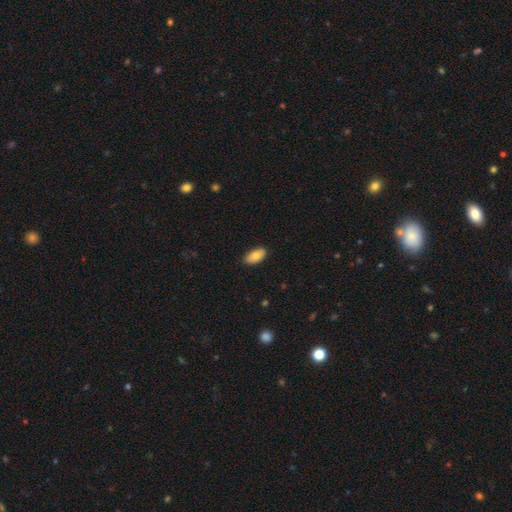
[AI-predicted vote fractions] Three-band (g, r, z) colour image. It shows a smooth galaxy with no disk features (83%) that is in between round and cigar-shaped (94%). Merging: none (85%).